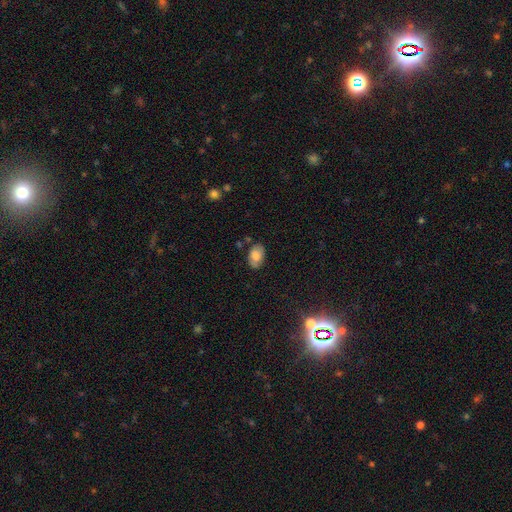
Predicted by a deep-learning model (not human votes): smooth-or-featured: smooth: 75% | featured or disk: 17% | star or artifact: 8%
  how-rounded: in between: 90% | round: 8% | cigar-shaped: 1%
  merging: none: 81% | minor disturbance: 14% | merger: 3% | major disturbance: 3%